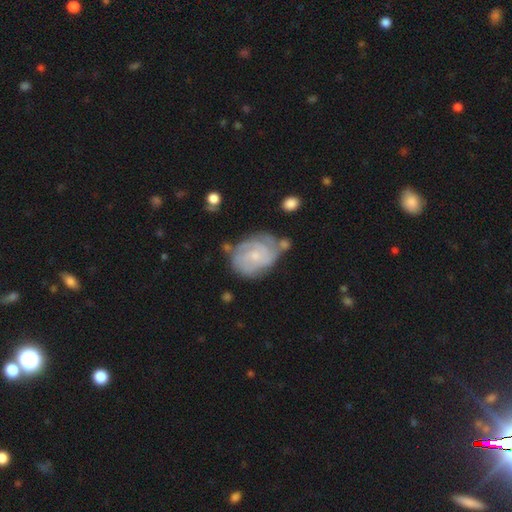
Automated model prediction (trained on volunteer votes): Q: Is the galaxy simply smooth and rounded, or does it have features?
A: featured or disk — 78%.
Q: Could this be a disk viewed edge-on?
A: no — 98%.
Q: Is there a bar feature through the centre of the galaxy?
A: no — 69%.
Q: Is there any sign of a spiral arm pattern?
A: yes — 93%.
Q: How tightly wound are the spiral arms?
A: tight — 64%.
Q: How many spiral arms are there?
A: can't tell — 34%.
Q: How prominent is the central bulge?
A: small — 69%.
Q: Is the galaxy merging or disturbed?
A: none — 57%.